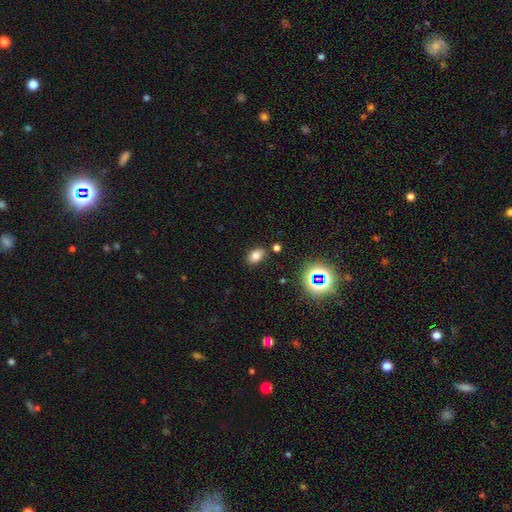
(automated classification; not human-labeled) smooth 74%, star or artifact 17%, featured or disk 10%. Down the decision tree: how rounded — in between (83%); merging — none (82%).